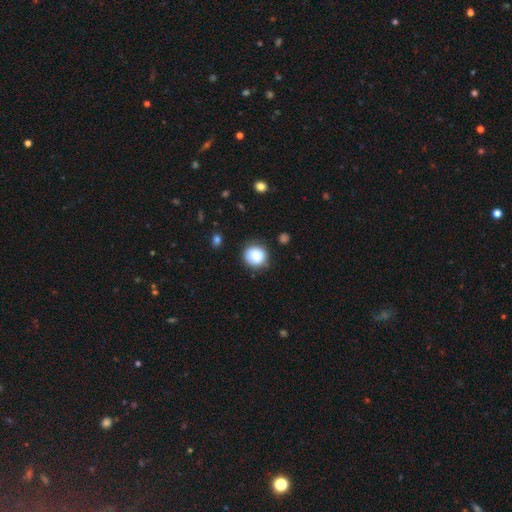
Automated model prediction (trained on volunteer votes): smooth 87%, star or artifact 8%, featured or disk 5%. Down the decision tree: how rounded — round (90%); merging — none (83%).